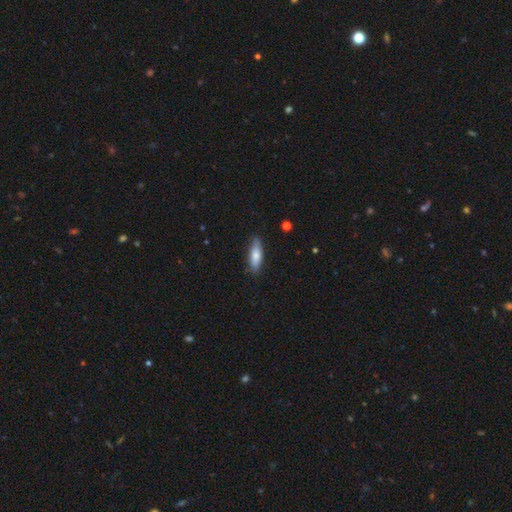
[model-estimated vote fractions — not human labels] A smooth galaxy with no disk features (75%) that is in between round and cigar-shaped (51%). Merging: none (83%).